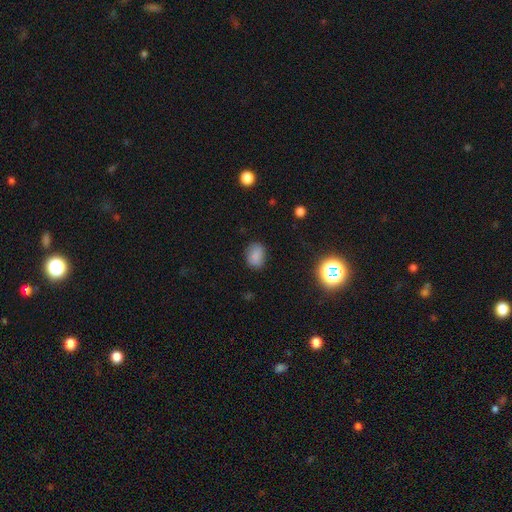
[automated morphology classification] smooth 82%, star or artifact 12%, featured or disk 5%. Down the decision tree: how rounded — in between (67%); merging — none (82%).